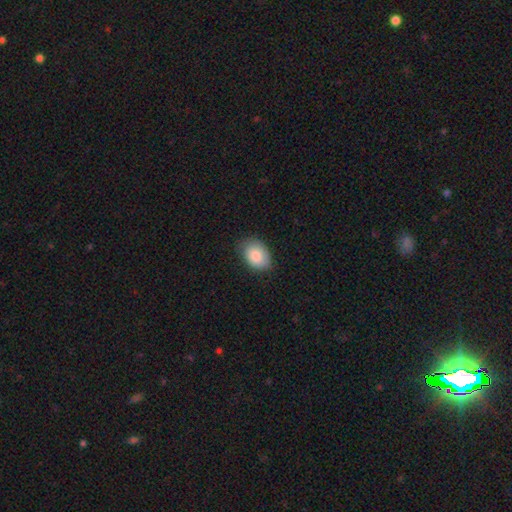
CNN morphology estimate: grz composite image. It shows a smooth galaxy with no disk features (85%) that is in between round and cigar-shaped (80%). Merging: none (76%).